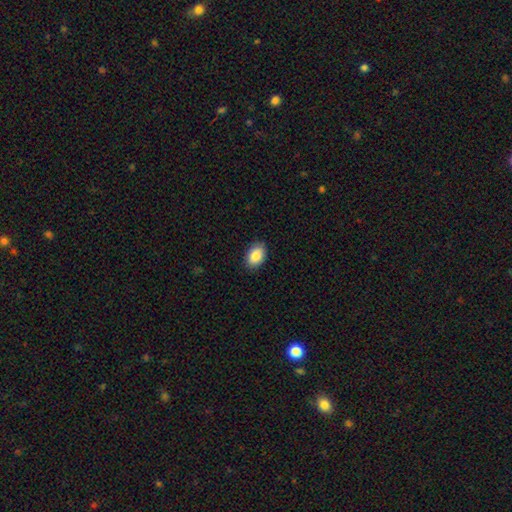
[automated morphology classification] A smooth galaxy with no disk features (88%) that is in between round and cigar-shaped (86%).

Vote fractions:
- Smooth or featured? smooth: 88% / star or artifact: 7% / featured or disk: 5%
- How rounded? in between: 86% / round: 13% / cigar-shaped: 1%
- Merging? none: 88% / minor disturbance: 9% / major disturbance: 2% / merger: 1%